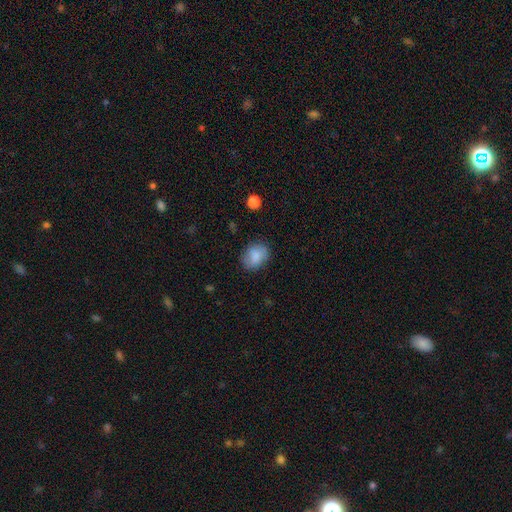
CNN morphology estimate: smooth 82%, featured or disk 10%, star or artifact 8%. Down the decision tree: how rounded — in between (53%); merging — none (77%).